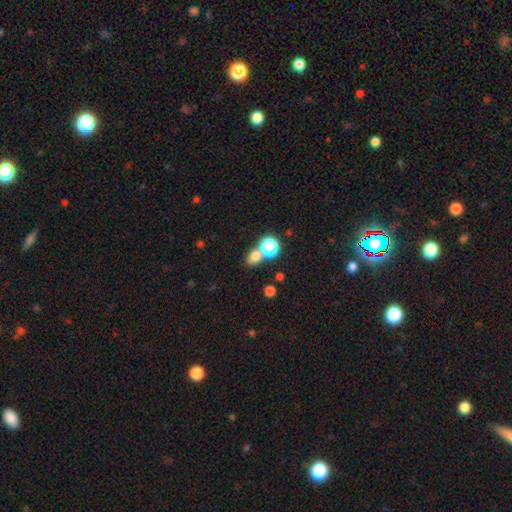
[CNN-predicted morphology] smooth_or_featured: smooth (p=0.71) [alt: star or artifact p=0.21]
how_rounded: round (p=0.57) [alt: in between p=0.41]
merging: none (p=0.53) [alt: merger p=0.34]